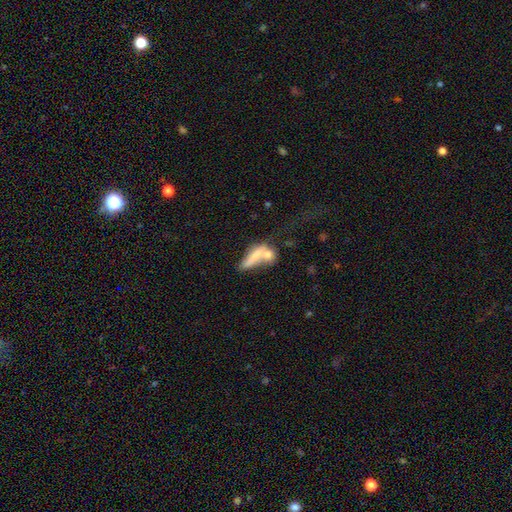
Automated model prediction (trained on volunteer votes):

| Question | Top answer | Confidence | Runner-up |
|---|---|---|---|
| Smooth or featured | smooth | 61% | featured or disk (29%) |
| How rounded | in between | 46% | tied: cigar-shaped (46%) |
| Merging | merger | 53% | none (23%) |